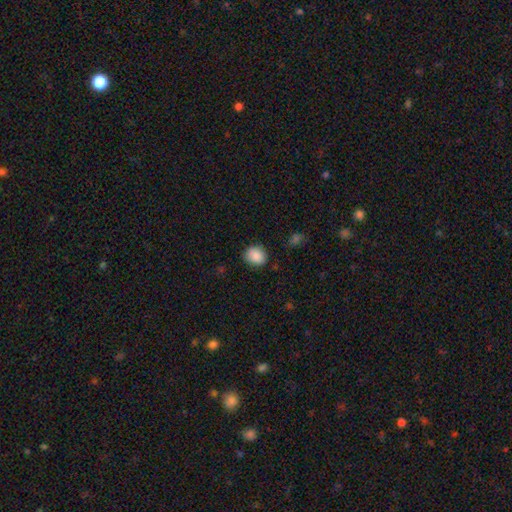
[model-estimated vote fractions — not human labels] A smooth galaxy with no disk features (88%) that is round (72%). Merging: none (84%).